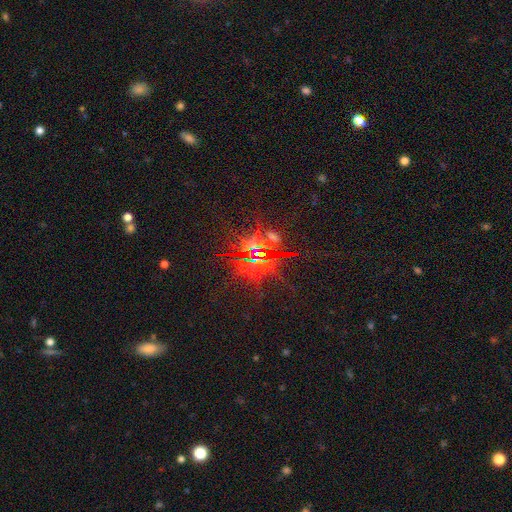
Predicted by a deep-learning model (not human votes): Smooth or featured? Predicted: star or artifact (p=0.80).